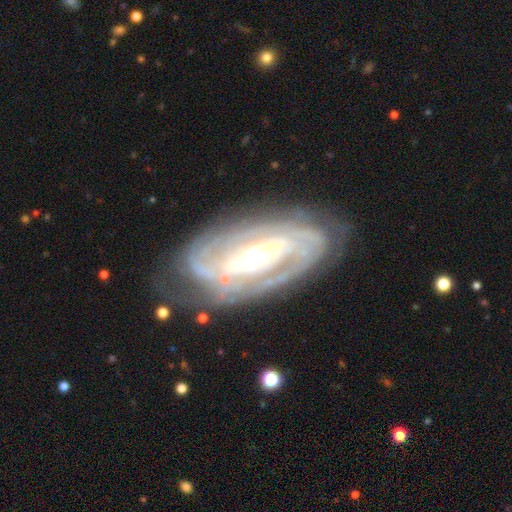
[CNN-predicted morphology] Smooth or featured: featured or disk — 88% (smooth — 7%)
Edge-on disk: no — 93% (yes — 7%)
Bar: strong — 34% (tied with no — 34%)
Spiral arms: yes — 93% (no — 7%)
Spiral winding: tight — 63% (medium — 29%)
Spiral arm count: 2 — 48% (can't tell — 24%)
Bulge size: moderate — 68% (small — 18%)
Merging: none — 73% (minor disturbance — 18%)